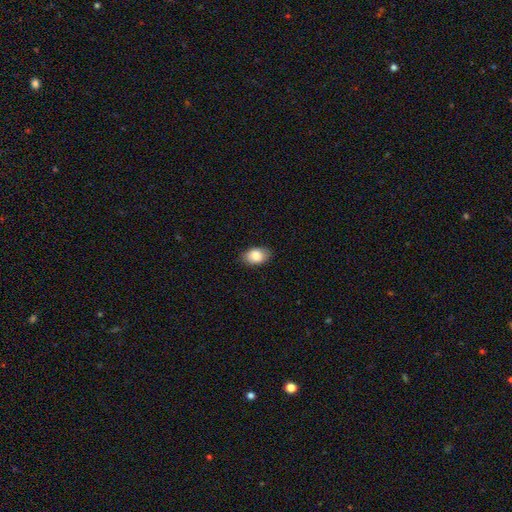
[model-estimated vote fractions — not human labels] Smooth or featured? smooth (86%)
How rounded? in between (84%)
Merging? none (85%)